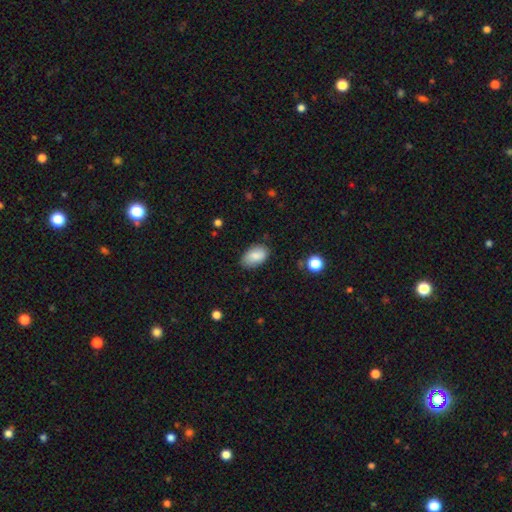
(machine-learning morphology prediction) A smooth galaxy with no disk features (85%) that is in between round and cigar-shaped (92%).

Vote fractions:
- Smooth or featured? smooth: 85% / featured or disk: 8% / star or artifact: 7%
- How rounded? in between: 92% / round: 7% / cigar-shaped: 1%
- Merging? none: 78% / minor disturbance: 18% / major disturbance: 3% / merger: 1%